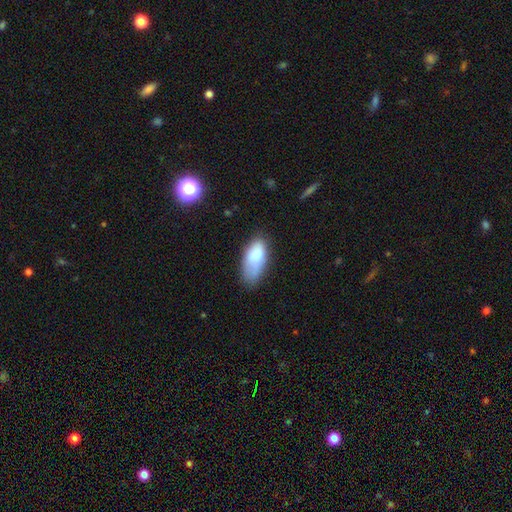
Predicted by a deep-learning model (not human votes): A smooth galaxy with no disk features (82%) that is in between round and cigar-shaped (89%).

Vote fractions:
- Smooth or featured? smooth: 82% / featured or disk: 11% / star or artifact: 7%
- How rounded? in between: 89% / cigar-shaped: 8% / round: 3%
- Merging? none: 55% / minor disturbance: 31% / major disturbance: 11% / merger: 3%